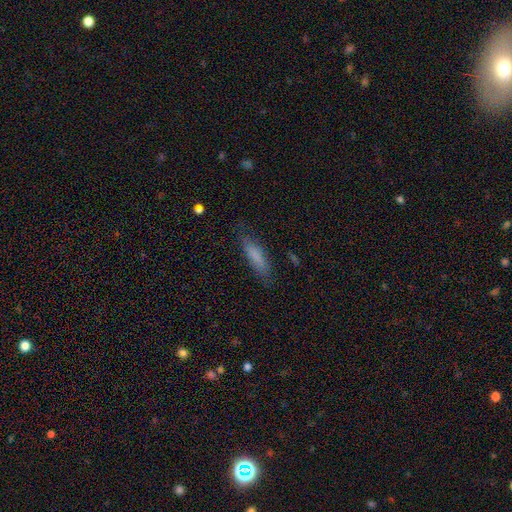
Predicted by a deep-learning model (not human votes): smooth_or_featured: smooth (p=0.79) [alt: featured or disk p=0.14]
how_rounded: cigar-shaped (p=0.65) [alt: in between p=0.33]
merging: none (p=0.76) [alt: minor disturbance p=0.18]